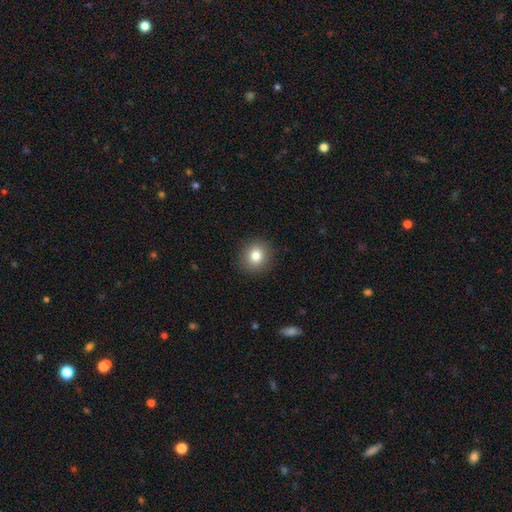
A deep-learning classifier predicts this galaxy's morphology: This appears to be a smooth galaxy with no disk features (80%) that is round (85%). Merging: none (91%).